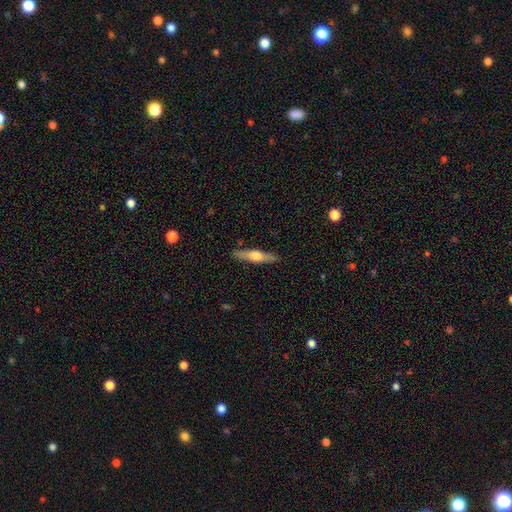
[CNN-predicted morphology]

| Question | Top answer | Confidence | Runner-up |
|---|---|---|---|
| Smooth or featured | featured or disk | 54% | smooth (40%) |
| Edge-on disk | yes | 94% | no (6%) |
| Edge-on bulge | rounded | 92% | boxy (5%) |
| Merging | none | 89% | minor disturbance (8%) |